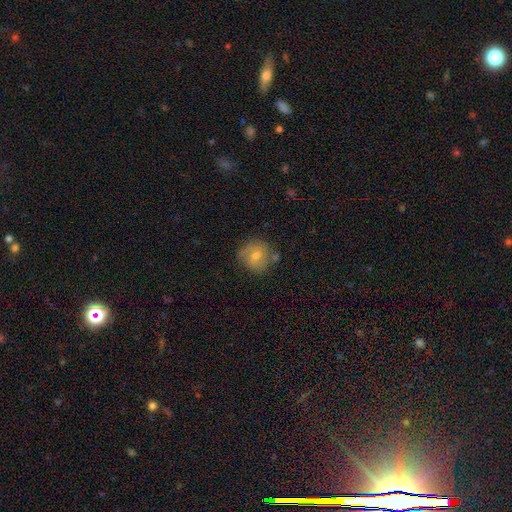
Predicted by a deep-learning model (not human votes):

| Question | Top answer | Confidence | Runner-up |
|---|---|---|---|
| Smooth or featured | smooth | 52% | featured or disk (37%) |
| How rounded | round | 87% | in between (12%) |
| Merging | none | 71% | minor disturbance (19%) |